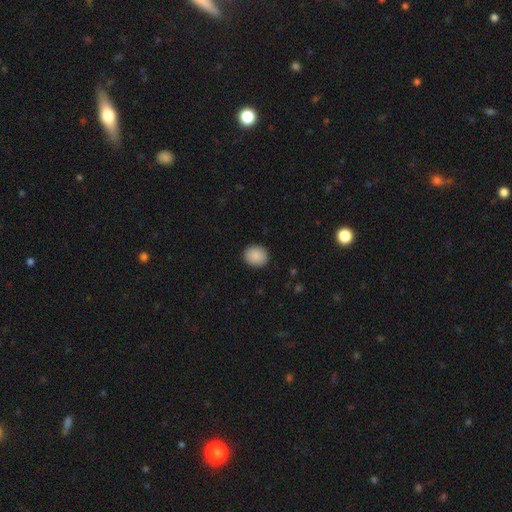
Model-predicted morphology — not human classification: A smooth galaxy with no disk features (89%) that is round (71%). Merging: none (91%).